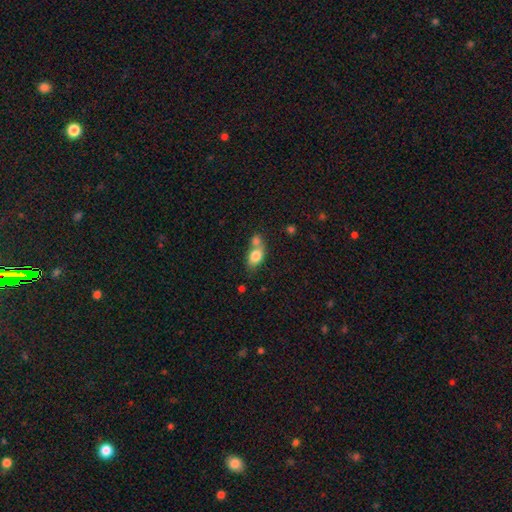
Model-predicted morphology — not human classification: This is likely a smooth galaxy (79%). How rounded: likely in between (73%). Merging: possibly merger (52%).